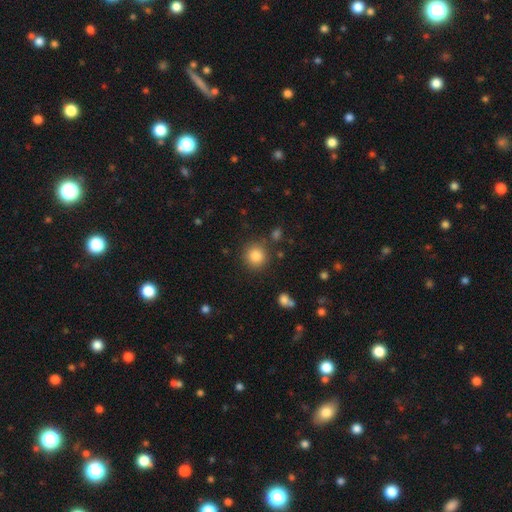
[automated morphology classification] Smooth or featured? Predicted: smooth (p=0.85). How rounded? Predicted: round (p=0.92). Merging? Predicted: none (p=0.85).